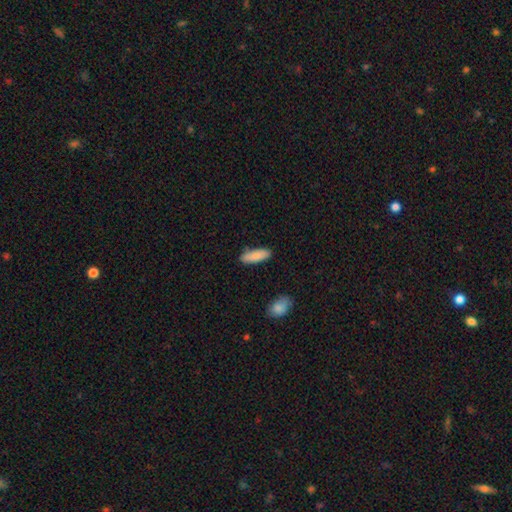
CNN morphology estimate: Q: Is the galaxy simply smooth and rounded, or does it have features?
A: smooth — 87%.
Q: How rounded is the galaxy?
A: in between — 56%.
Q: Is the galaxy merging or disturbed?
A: none — 84%.